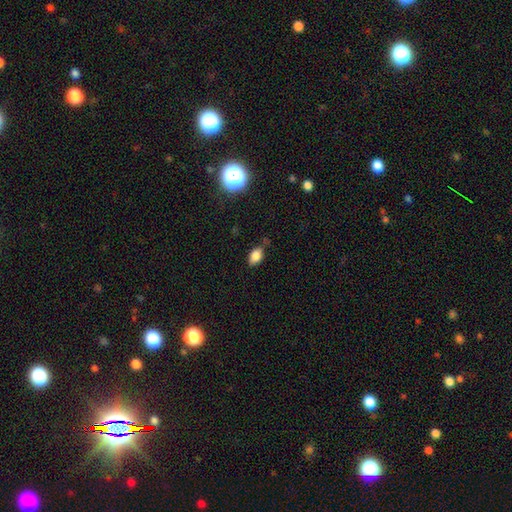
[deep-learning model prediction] Q: Smooth or featured?
A: smooth (82%); runner-up: star or artifact (11%)
Q: How rounded?
A: in between (86%); runner-up: round (12%)
Q: Merging?
A: none (69%); runner-up: minor disturbance (22%)